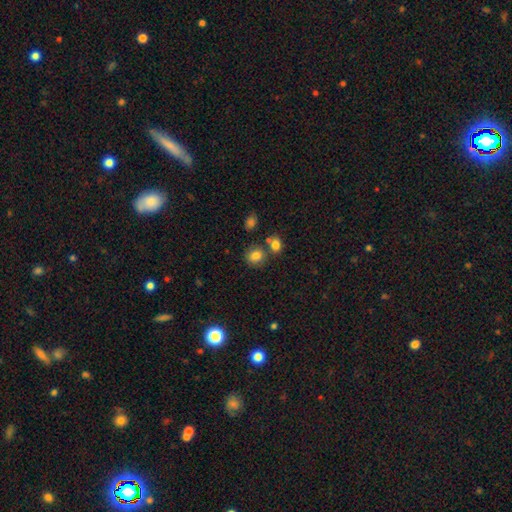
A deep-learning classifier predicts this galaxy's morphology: Q: Smooth or featured?
A: smooth (80%); runner-up: star or artifact (12%)
Q: How rounded?
A: round (78%); runner-up: in between (21%)
Q: Merging?
A: none (69%); runner-up: merger (16%)